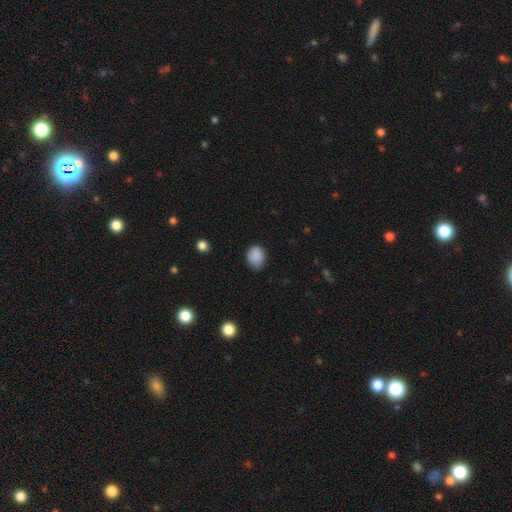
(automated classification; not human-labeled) Smooth or featured? smooth (88%)
How rounded? in between (52%)
Merging? none (75%)